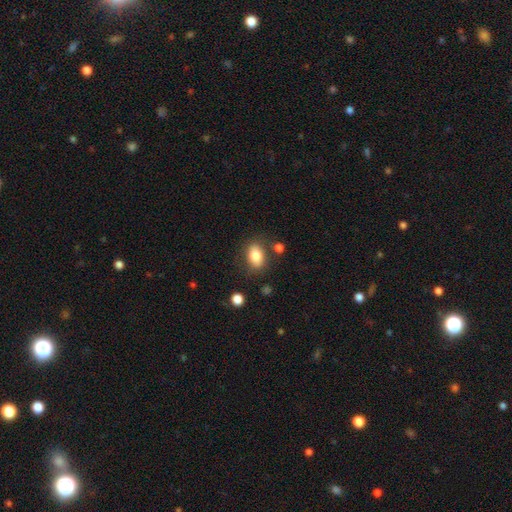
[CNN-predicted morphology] A smooth galaxy with no disk features (81%) that is in between round and cigar-shaped (83%). Merging: none (77%).